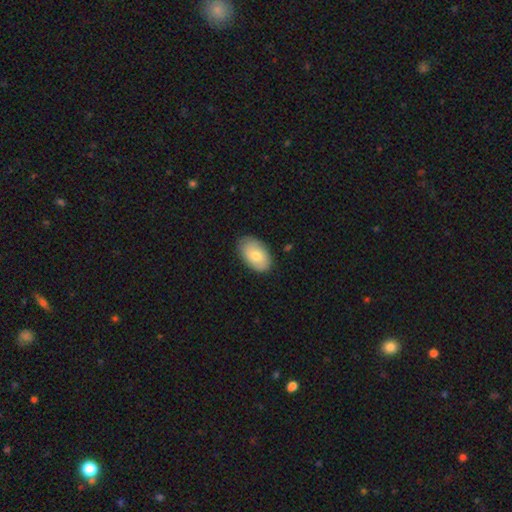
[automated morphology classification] A smooth galaxy with no disk features (76%) that is in between round and cigar-shaped (93%). Merging: none (83%).